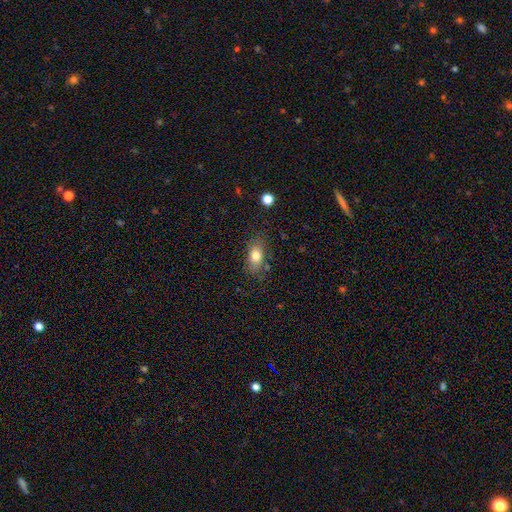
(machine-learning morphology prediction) Smooth or featured? Predicted: smooth (p=0.80). How rounded? Predicted: in between (p=0.84). Merging? Predicted: none (p=0.75).